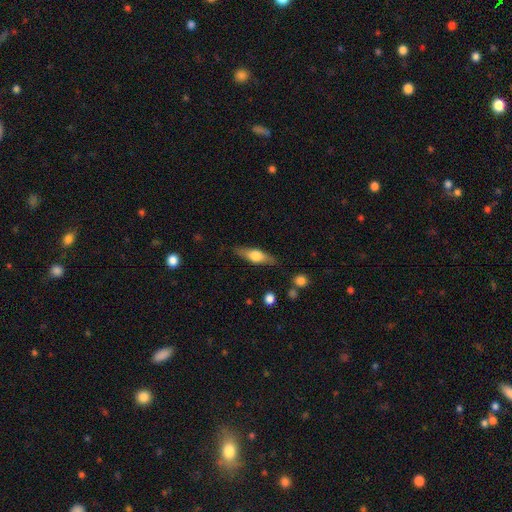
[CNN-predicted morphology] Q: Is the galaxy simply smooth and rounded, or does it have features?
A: featured or disk — 49%.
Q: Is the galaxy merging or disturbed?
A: none — 83%.